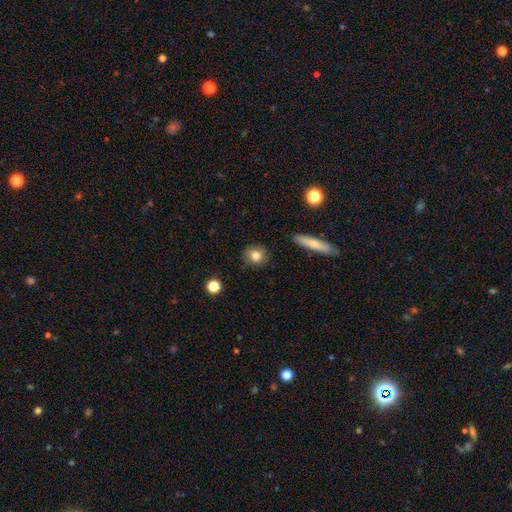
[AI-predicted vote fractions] Smooth or featured? Predicted: smooth (p=0.81). How rounded? Predicted: round (p=0.78). Merging? Predicted: none (p=0.83).